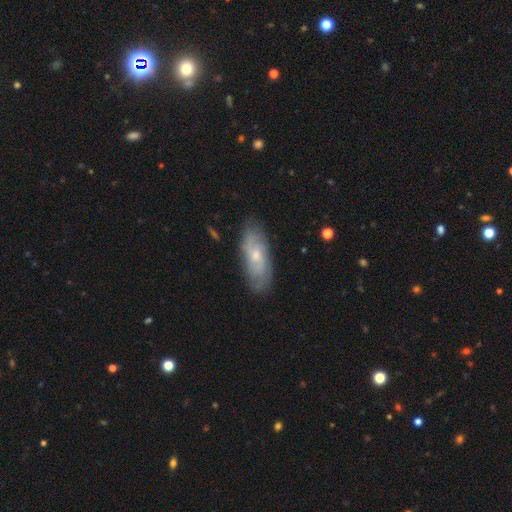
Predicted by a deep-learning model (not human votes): Overall: featured or disk (63%; smooth 31%). Edge-on disk: no (86%). Bar: no (71%). Spiral arms: yes (83%). Bulge size: small (61%; moderate 34%). Merging: none (78%).